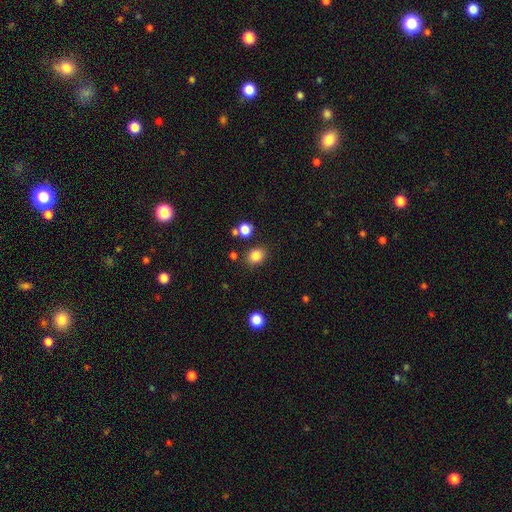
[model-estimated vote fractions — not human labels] Smooth or featured: smooth — 84% (star or artifact — 11%)
How rounded: round — 54% (in between — 45%)
Merging: none — 82% (minor disturbance — 11%)